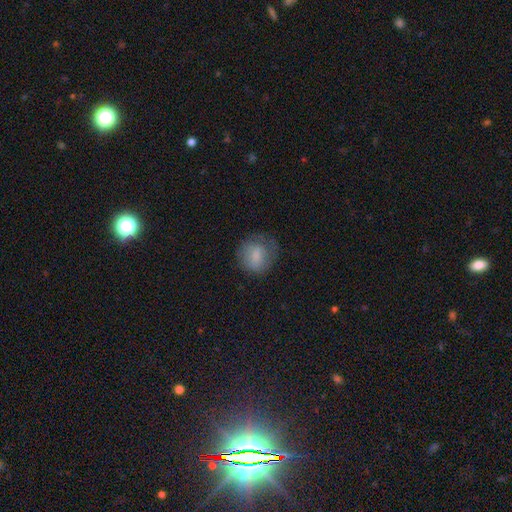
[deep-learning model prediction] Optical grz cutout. It shows a smooth galaxy with no disk features (76%) that is round (78%). Merging: none (62%).